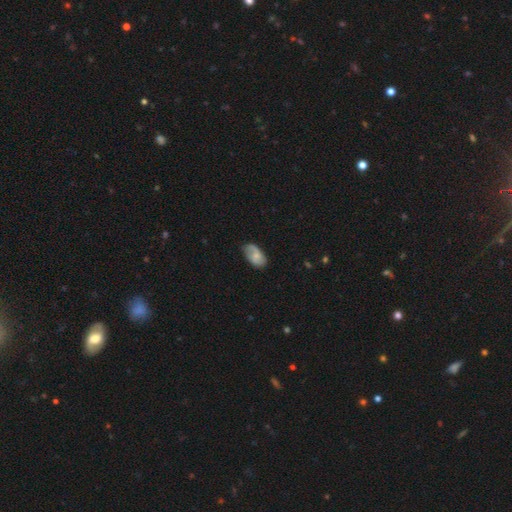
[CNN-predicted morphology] A smooth galaxy with no disk features (55%) that is in between round and cigar-shaped (93%). Merging: none (58%).